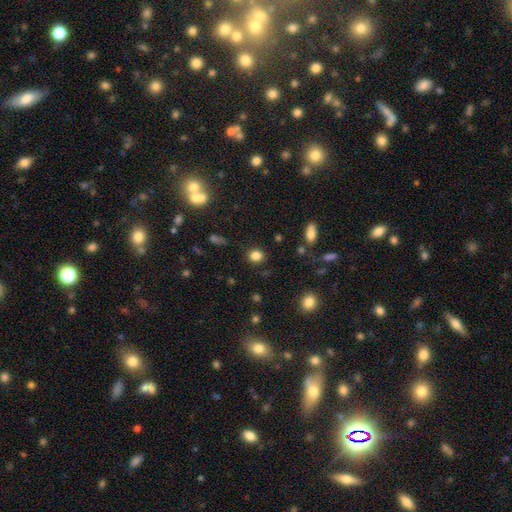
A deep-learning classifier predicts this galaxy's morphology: Q: Smooth or featured?
A: smooth (83%); runner-up: star or artifact (12%)
Q: How rounded?
A: round (71%); runner-up: in between (28%)
Q: Merging?
A: none (86%); runner-up: minor disturbance (9%)